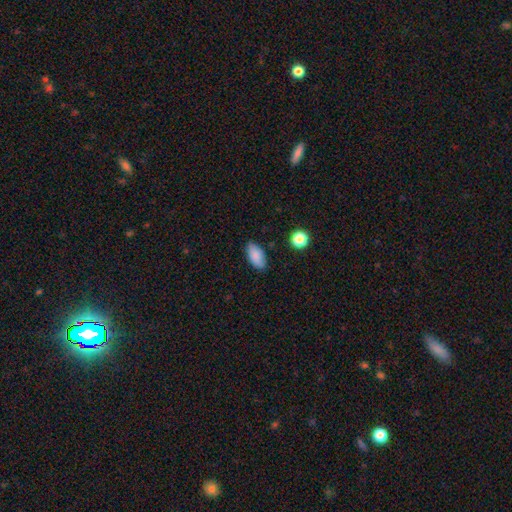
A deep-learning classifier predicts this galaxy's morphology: Q: Smooth or featured?
A: smooth (85%); runner-up: star or artifact (8%)
Q: How rounded?
A: in between (92%); runner-up: cigar-shaped (4%)
Q: Merging?
A: none (80%); runner-up: minor disturbance (16%)